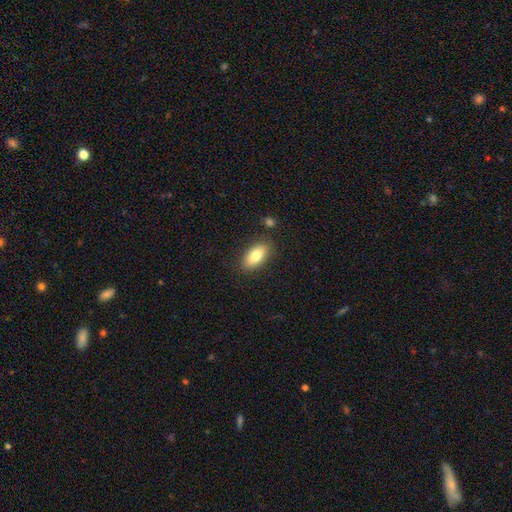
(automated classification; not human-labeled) Smooth or featured? Predicted: smooth (p=0.80). How rounded? Predicted: in between (p=0.90). Merging? Predicted: none (p=0.84).